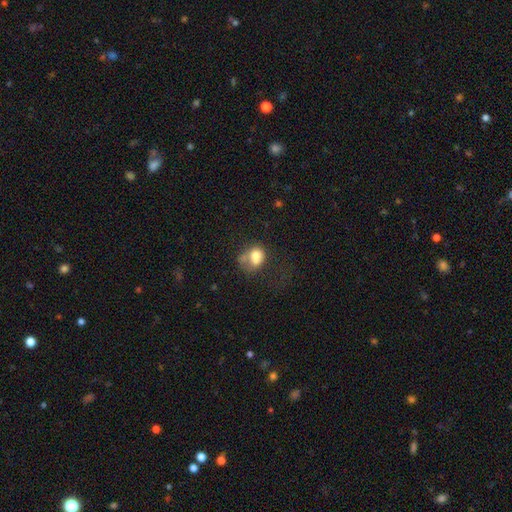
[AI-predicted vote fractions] Overall: smooth (68%). How rounded: round (51%; in between 48%). Merging: merger (34%; none 24%).